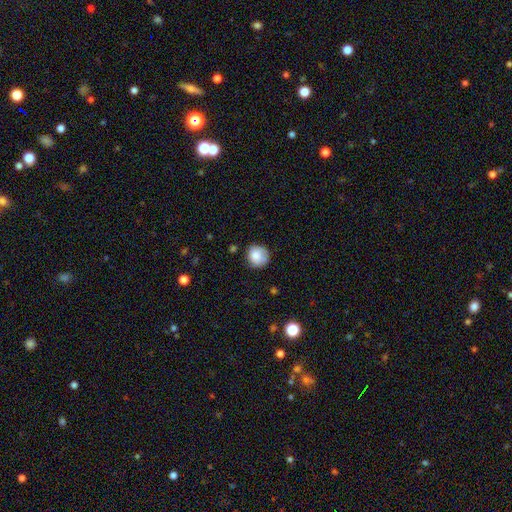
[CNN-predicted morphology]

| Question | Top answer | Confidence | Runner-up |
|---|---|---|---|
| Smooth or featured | smooth | 84% | star or artifact (9%) |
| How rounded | round | 89% | in between (10%) |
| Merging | none | 75% | minor disturbance (19%) |